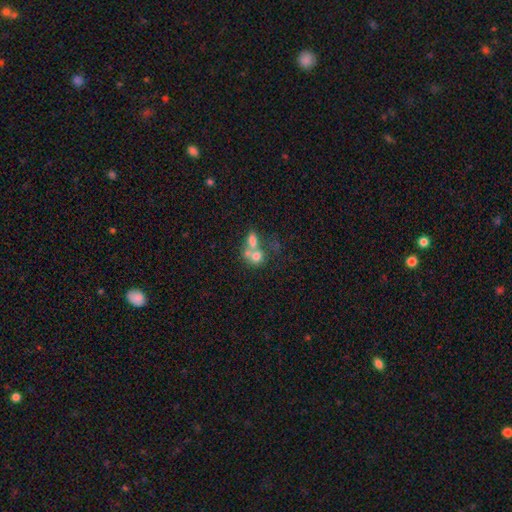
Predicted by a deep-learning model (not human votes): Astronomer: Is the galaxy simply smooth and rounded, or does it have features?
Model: smooth — 64%.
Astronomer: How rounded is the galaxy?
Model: round — 59% (runner-up: in between, 40%).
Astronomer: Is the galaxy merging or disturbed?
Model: merger — 64%.